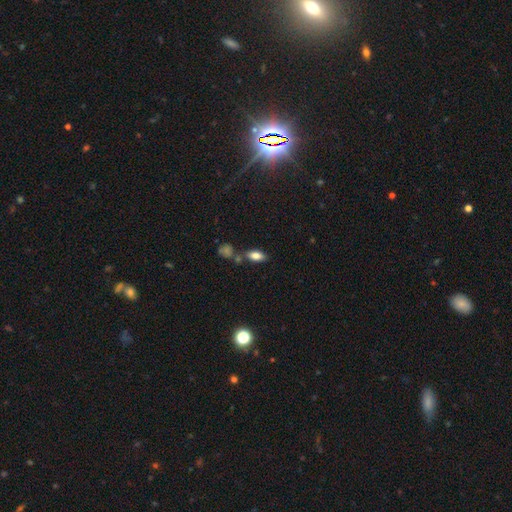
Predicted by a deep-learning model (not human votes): Smooth or featured: smooth — 79% (featured or disk — 12%)
How rounded: in between — 87% (cigar-shaped — 10%)
Merging: none — 67% (merger — 16%)